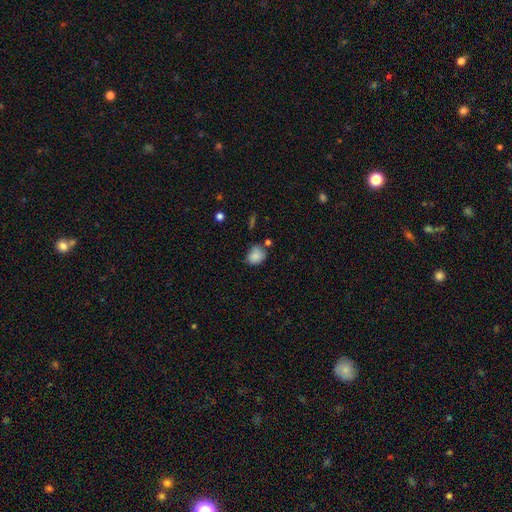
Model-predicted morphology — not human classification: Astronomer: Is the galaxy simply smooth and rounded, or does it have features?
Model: smooth — 84%.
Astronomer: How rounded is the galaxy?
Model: round — 59% (runner-up: in between, 40%).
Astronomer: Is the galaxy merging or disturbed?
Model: none — 56%.